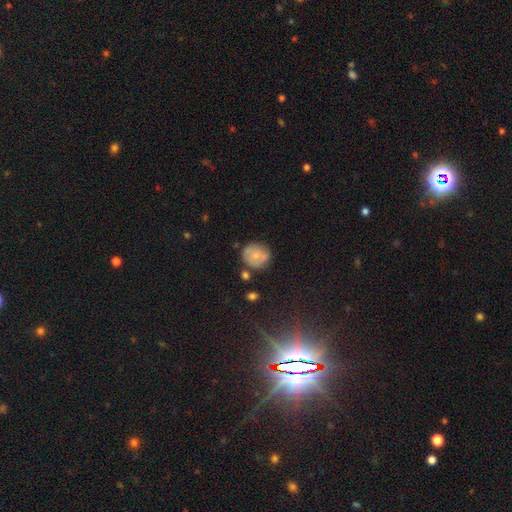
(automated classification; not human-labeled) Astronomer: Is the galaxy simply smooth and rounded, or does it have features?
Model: smooth — 63%.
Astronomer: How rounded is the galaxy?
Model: round — 83%.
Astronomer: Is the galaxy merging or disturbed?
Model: none — 63%.